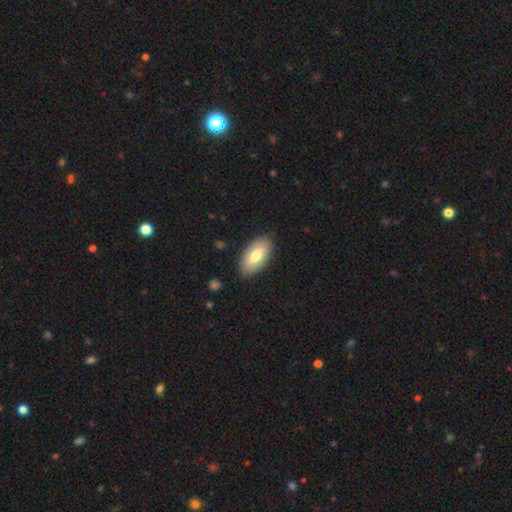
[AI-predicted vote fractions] smooth 75%, featured or disk 19%, star or artifact 6%. Down the decision tree: how rounded — in between (93%); merging — none (87%).